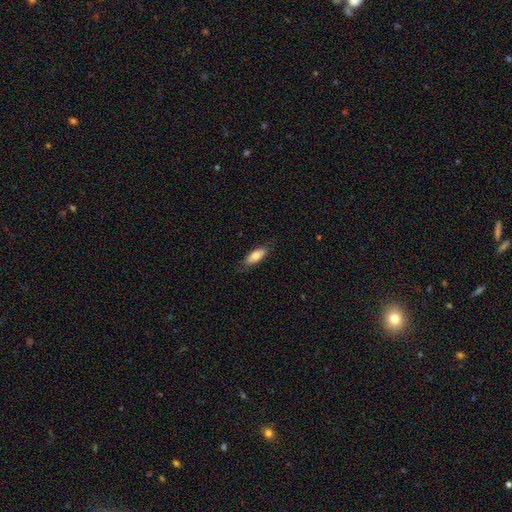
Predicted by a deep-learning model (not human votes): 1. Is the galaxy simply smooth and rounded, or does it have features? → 76% smooth, 18% featured or disk, 6% star or artifact.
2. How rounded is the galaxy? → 72% in between, 26% cigar-shaped, 2% round.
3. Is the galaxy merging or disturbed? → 80% none, 16% minor disturbance, 3% major disturbance, 1% merger.